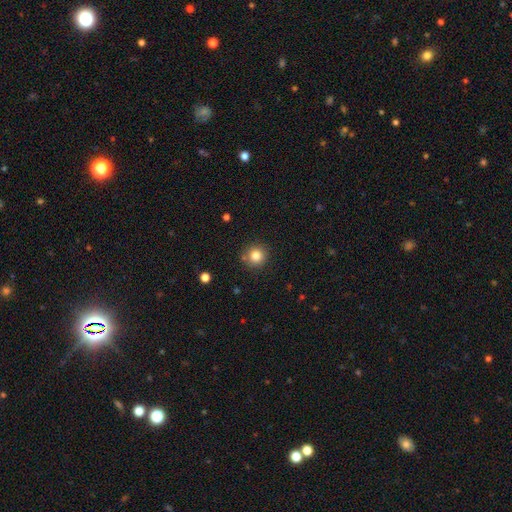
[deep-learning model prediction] Smooth or featured? smooth (83%)
How rounded? round (93%)
Merging? none (84%)